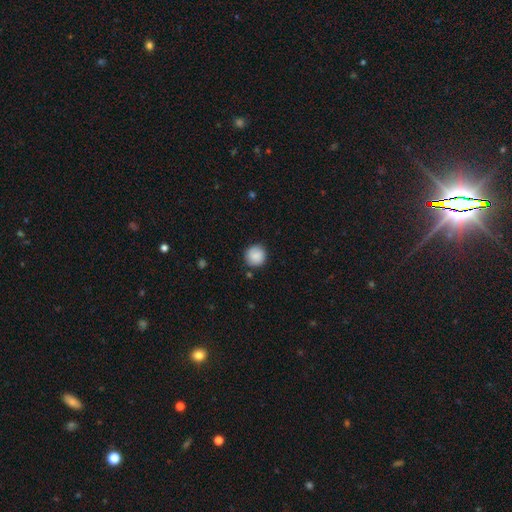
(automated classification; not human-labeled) smooth_or_featured: smooth (p=0.87) [alt: star or artifact p=0.07]
how_rounded: round (p=0.93) [alt: in between p=0.06]
merging: none (p=0.86) [alt: minor disturbance p=0.10]